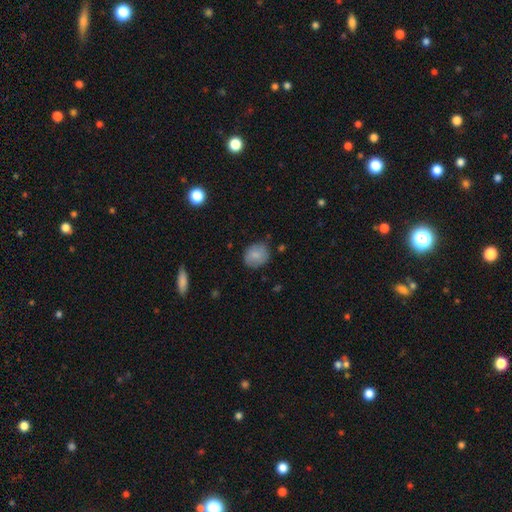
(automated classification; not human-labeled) Smooth or featured?
  - smooth: 81% *
  - featured or disk: 12%
  - star or artifact: 8%
How rounded?
  - round: 69% *
  - in between: 30%
  - cigar-shaped: 1%
Merging?
  - none: 76% *
  - minor disturbance: 18%
  - major disturbance: 4%
  - merger: 2%